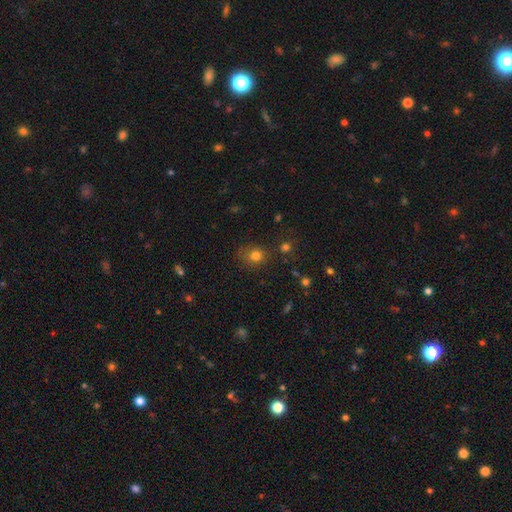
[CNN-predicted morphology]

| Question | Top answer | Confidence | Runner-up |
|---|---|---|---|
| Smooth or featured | smooth | 76% | star or artifact (17%) |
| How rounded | round | 76% | in between (23%) |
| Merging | none | 70% | minor disturbance (17%) |